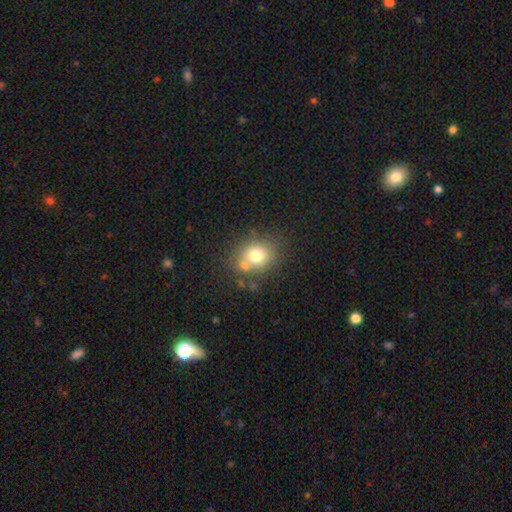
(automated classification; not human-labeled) Smooth or featured: smooth — 73% (featured or disk — 15%)
How rounded: round — 66% (in between — 33%)
Merging: none — 60% (merger — 23%)